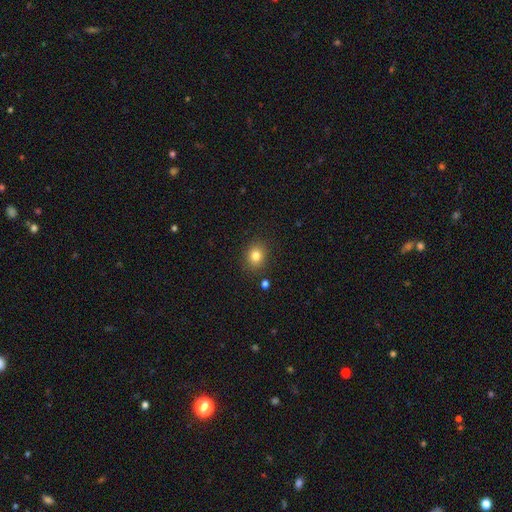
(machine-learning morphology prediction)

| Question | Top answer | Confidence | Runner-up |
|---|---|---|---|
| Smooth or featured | smooth | 81% | star or artifact (12%) |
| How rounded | round | 68% | in between (31%) |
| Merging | none | 87% | minor disturbance (8%) |